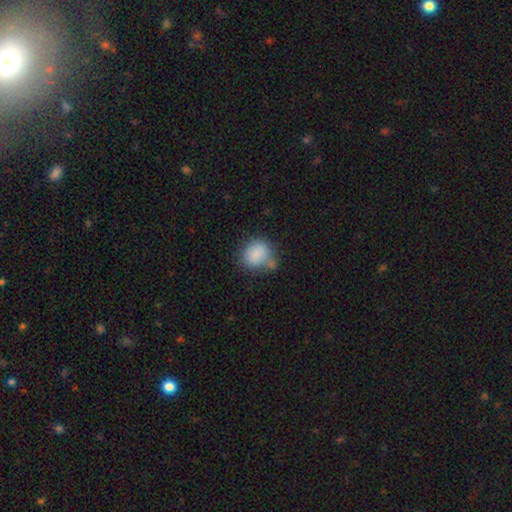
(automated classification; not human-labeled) Smooth or featured?
  - smooth: 84% *
  - star or artifact: 9%
  - featured or disk: 7%
How rounded?
  - round: 63% *
  - in between: 36%
  - cigar-shaped: 1%
Merging?
  - none: 55% *
  - minor disturbance: 23%
  - merger: 14%
  - major disturbance: 8%